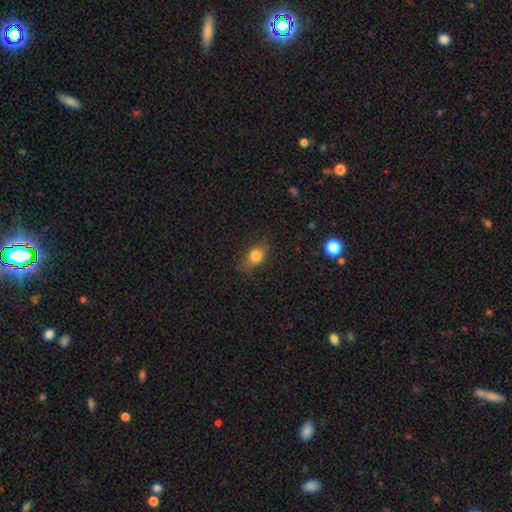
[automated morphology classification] A smooth galaxy with no disk features (80%) that is in between round and cigar-shaped (69%).

Vote fractions:
- Smooth or featured? smooth: 80% / star or artifact: 11% / featured or disk: 9%
- How rounded? in between: 69% / round: 29% / cigar-shaped: 3%
- Merging? none: 71% / minor disturbance: 21% / major disturbance: 7% / merger: 1%